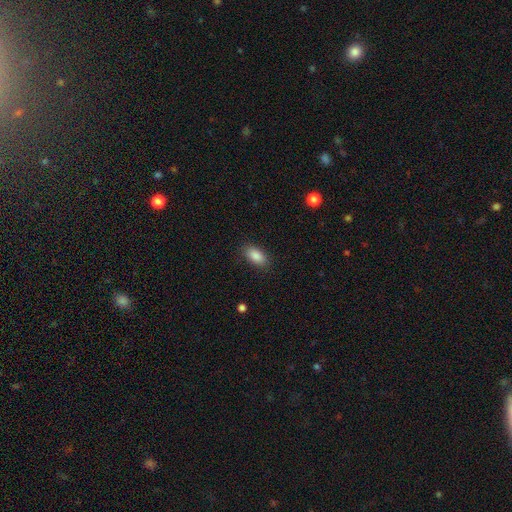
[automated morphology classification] smooth_or_featured: smooth (p=0.88) [alt: star or artifact p=0.08]
how_rounded: in between (p=0.91) [alt: round p=0.05]
merging: none (p=0.87) [alt: minor disturbance p=0.09]